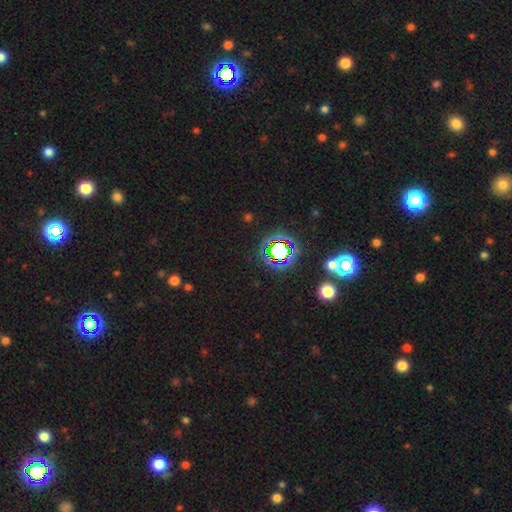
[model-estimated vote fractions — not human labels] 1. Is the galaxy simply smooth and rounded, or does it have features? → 78% star or artifact, 14% smooth, 7% featured or disk.